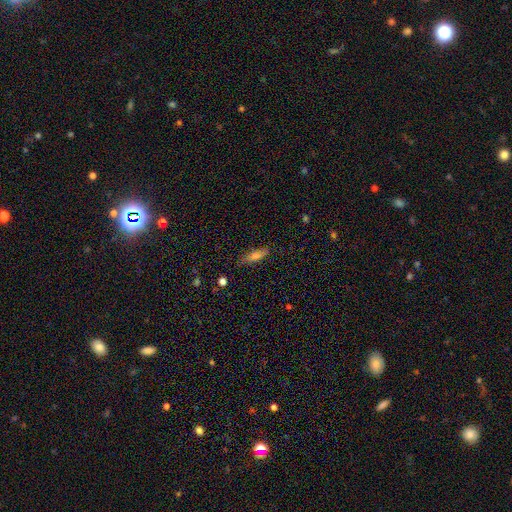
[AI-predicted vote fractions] smooth-or-featured: smooth: 62% | featured or disk: 29% | star or artifact: 10%
  how-rounded: cigar-shaped: 61% | in between: 36% | round: 3%
  merging: none: 81% | minor disturbance: 15% | major disturbance: 3% | merger: 1%